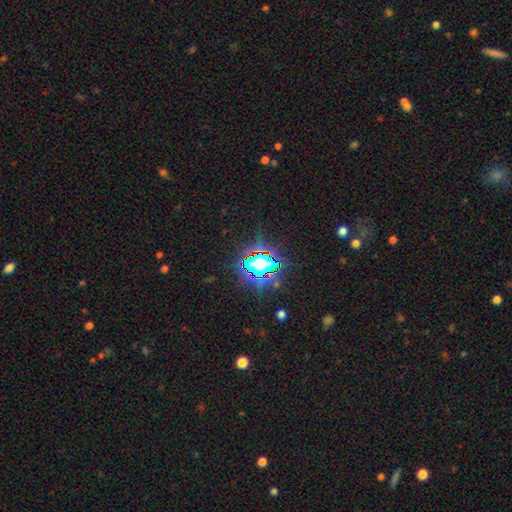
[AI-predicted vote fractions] A star or artifact, not a galaxy (72%).